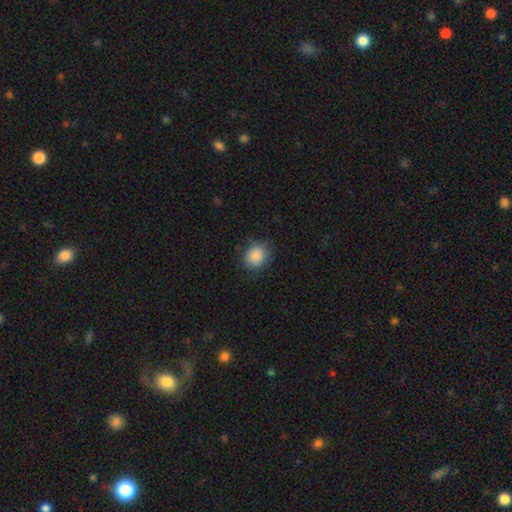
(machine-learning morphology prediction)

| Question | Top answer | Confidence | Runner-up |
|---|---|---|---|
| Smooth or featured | smooth | 88% | star or artifact (8%) |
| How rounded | round | 66% | in between (33%) |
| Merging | none | 83% | minor disturbance (13%) |